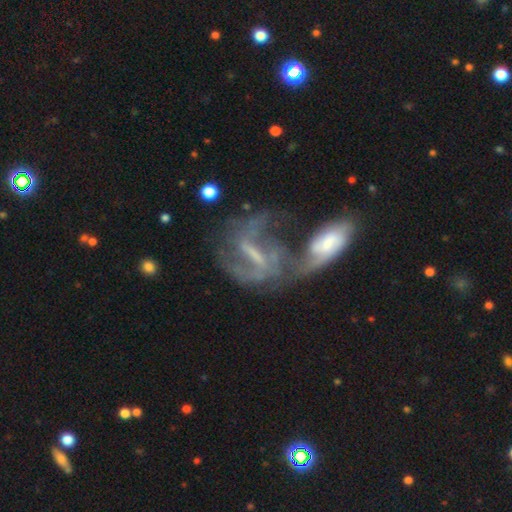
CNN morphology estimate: featured or disk 79%, smooth 12%, star or artifact 9%. Down the decision tree: edge-on disk — no (94%); bar — strong (47%); spiral arms — yes (78%); spiral arm count — 2 (68%); spiral winding — loose (41%); bulge size — none (39%); merging — merger (53%).